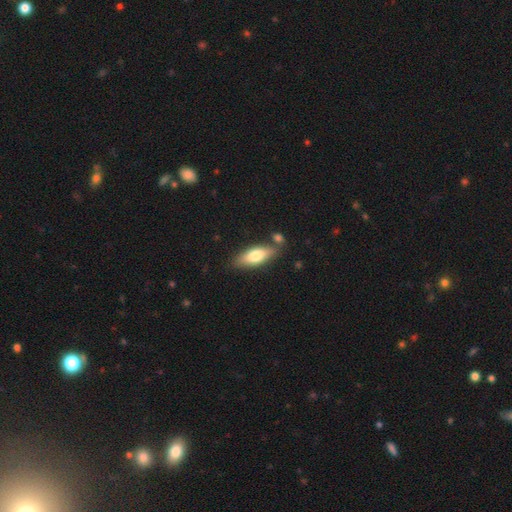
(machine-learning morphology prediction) A smooth galaxy with no disk features (72%) that is in between round and cigar-shaped (66%).

Vote fractions:
- Smooth or featured? smooth: 72% / featured or disk: 23% / star or artifact: 6%
- How rounded? in between: 66% / cigar-shaped: 32% / round: 2%
- Merging? none: 75% / minor disturbance: 13% / merger: 9% / major disturbance: 3%